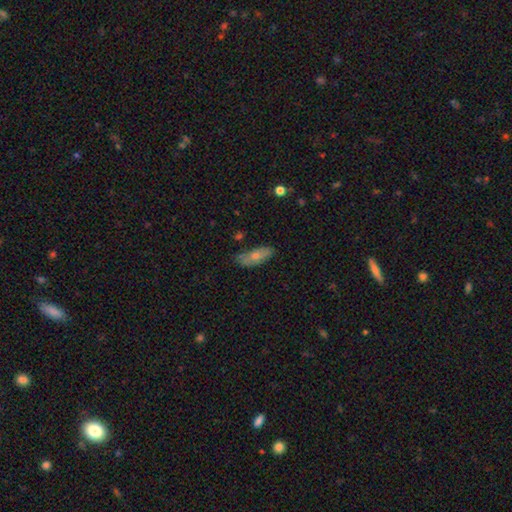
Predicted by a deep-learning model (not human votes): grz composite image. It shows a smooth galaxy with no disk features (57%) that is in between round and cigar-shaped (65%). Merging: none (70%).